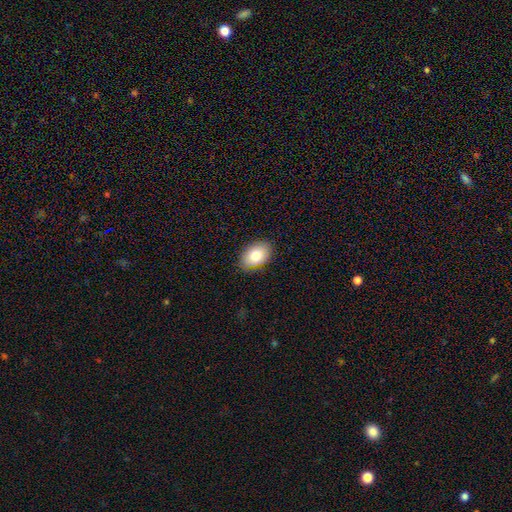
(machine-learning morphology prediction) Smooth or featured: smooth — 79% (featured or disk — 13%)
How rounded: in between — 86% (round — 13%)
Merging: none — 83% (minor disturbance — 13%)